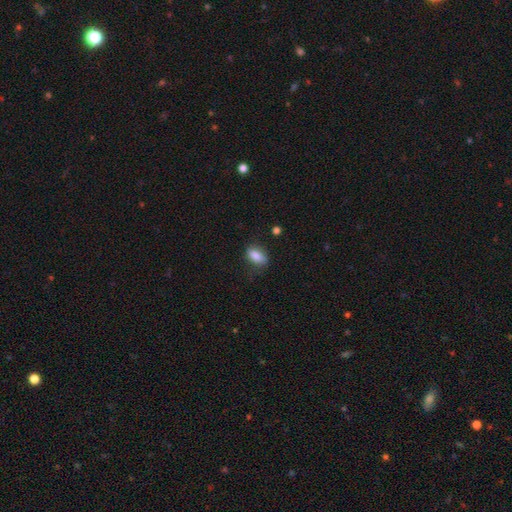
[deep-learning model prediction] The model was most divided on "merging": none: 74%, minor disturbance: 19%, major disturbance: 5%, merger: 2%. More confident: how rounded — in between (86%); smooth or featured — smooth (84%).